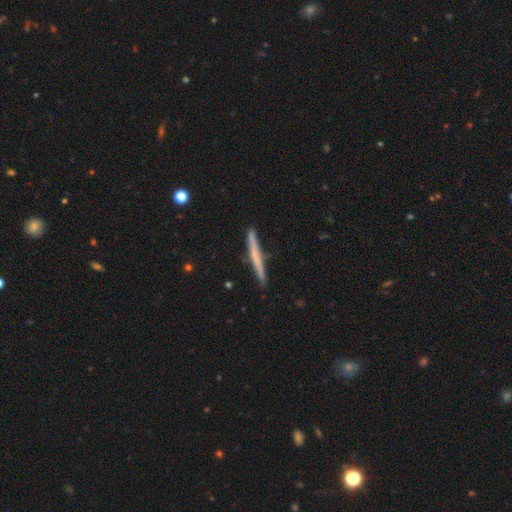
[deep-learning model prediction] Overall: smooth (50%; featured or disk 44%). Merging: none (90%).